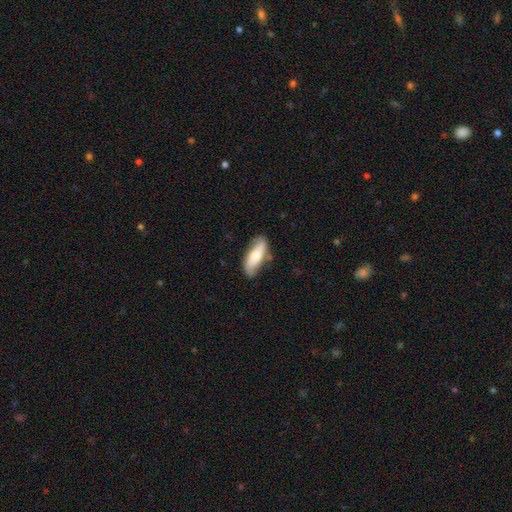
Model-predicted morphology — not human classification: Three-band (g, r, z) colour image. It shows a smooth galaxy with no disk features (52%) that is in between round and cigar-shaped (70%). Merging: none (71%).